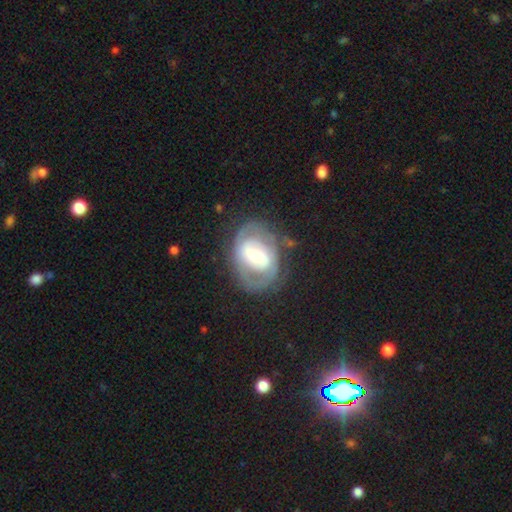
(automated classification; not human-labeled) A featured or disk galaxy (74%) with a weak bar (41%), 2 (61%) tight (49%) spiral arms (75%) and a moderate central bulge (42%). Merging: none (64%).